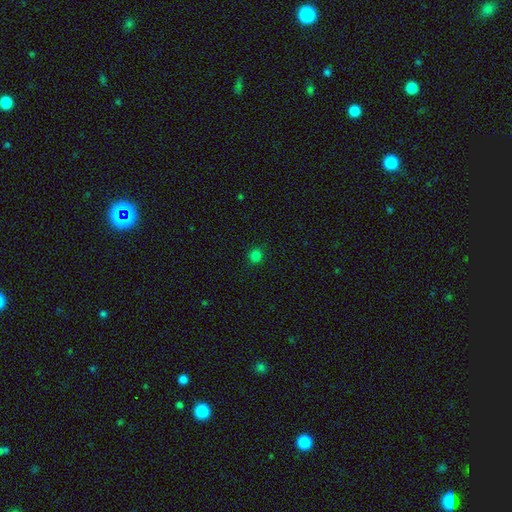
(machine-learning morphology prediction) A smooth galaxy with no disk features (80%) that is round (88%). Merging: none (91%).